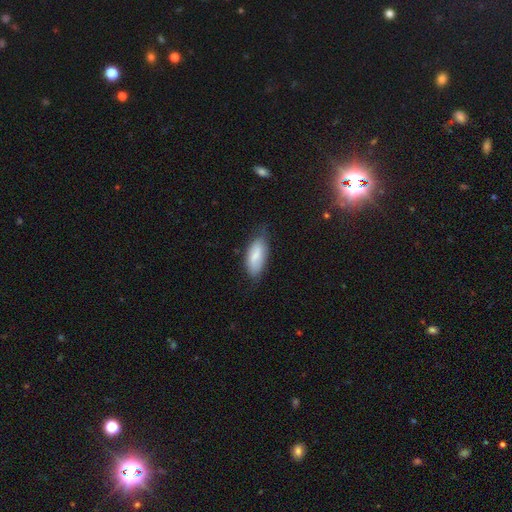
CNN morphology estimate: type=smooth (73%); roundness=in between (88%); merging=none (60%).